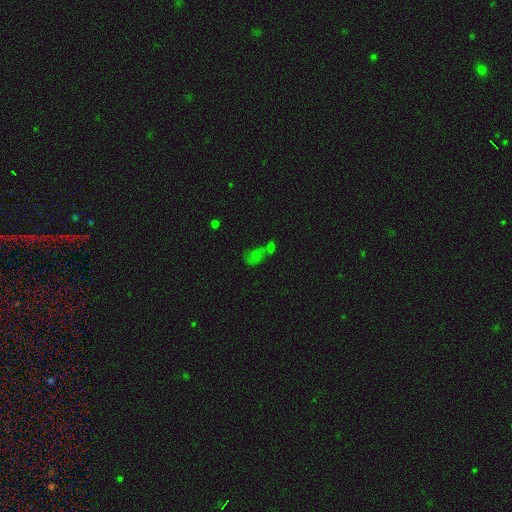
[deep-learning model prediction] smooth-or-featured: smooth: 57% | star or artifact: 26% | featured or disk: 17%
  how-rounded: in between: 70% | round: 27% | cigar-shaped: 4%
  merging: merger: 48% | none: 26% | minor disturbance: 13% | major disturbance: 12%